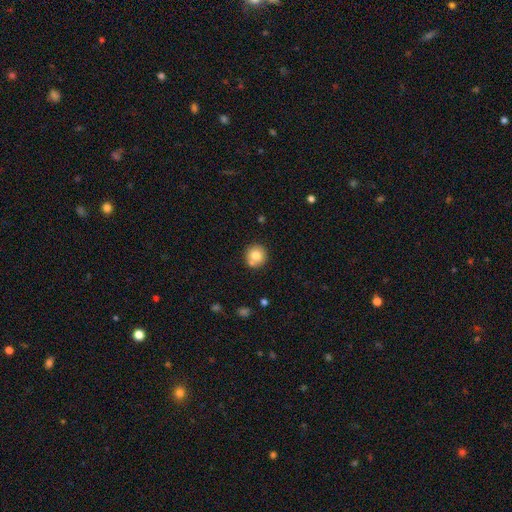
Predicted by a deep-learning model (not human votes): Overall: smooth (77%). How rounded: round (93%). Merging: none (73%).